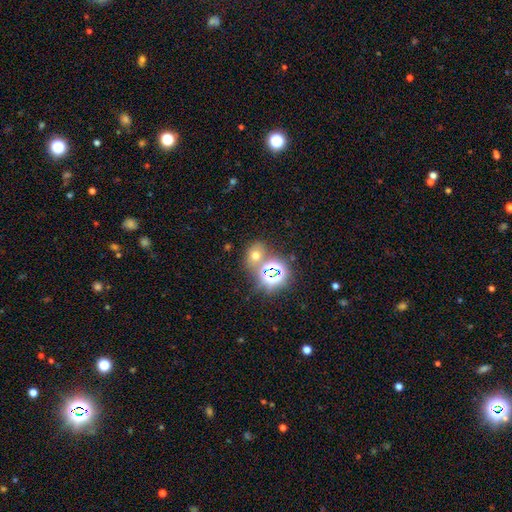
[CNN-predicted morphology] Smooth or featured? Predicted: smooth (p=0.52). How rounded? Predicted: round (p=0.56). Merging? Predicted: none (p=0.63).